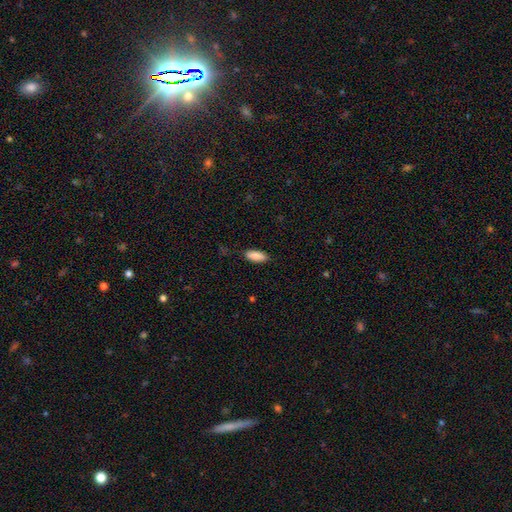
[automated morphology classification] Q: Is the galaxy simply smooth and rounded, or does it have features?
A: smooth — 89%.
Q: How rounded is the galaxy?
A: in between — 77%.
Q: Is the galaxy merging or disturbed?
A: none — 85%.